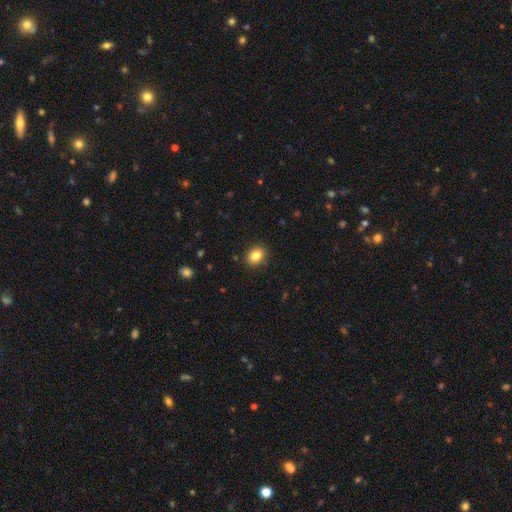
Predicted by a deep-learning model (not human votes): smooth-or-featured: smooth: 85% | star or artifact: 10% | featured or disk: 6%
  how-rounded: in between: 52% | round: 47% | cigar-shaped: 1%
  merging: none: 89% | minor disturbance: 8% | major disturbance: 2% | merger: 1%